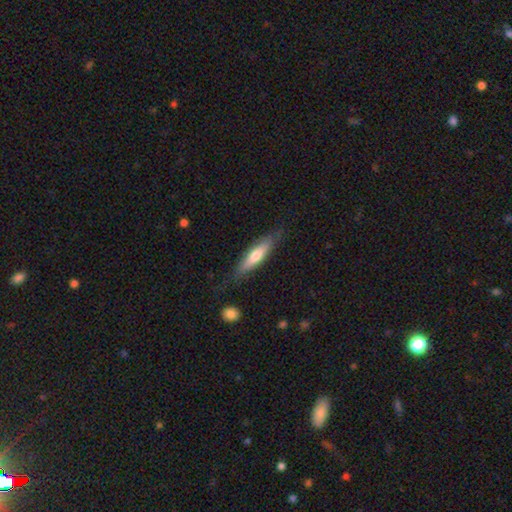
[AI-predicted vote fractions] This appears to be a smooth galaxy with no disk features (56%) that is cigar-shaped (77%). Merging: none (78%).